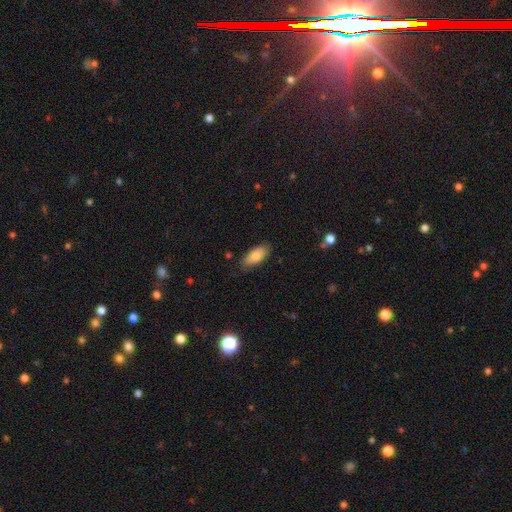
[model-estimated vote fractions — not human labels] Smooth or featured: smooth — 82% (featured or disk — 12%)
How rounded: in between — 86% (cigar-shaped — 12%)
Merging: none — 82% (minor disturbance — 14%)